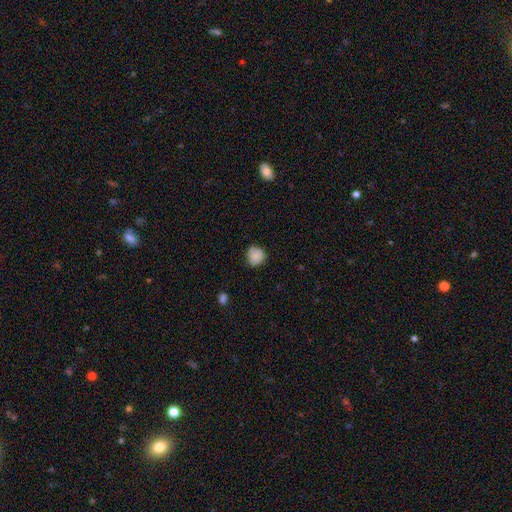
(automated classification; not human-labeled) Morphology: type=smooth (85%); roundness=round (86%); merging=none (74%).